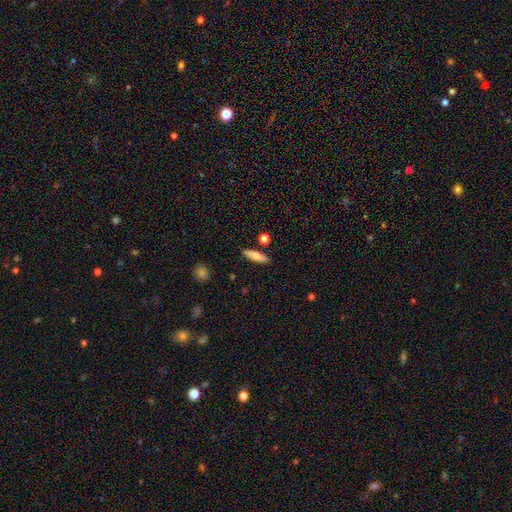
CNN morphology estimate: Q: Smooth or featured?
A: smooth (78%); runner-up: featured or disk (16%)
Q: How rounded?
A: cigar-shaped (68%); runner-up: in between (29%)
Q: Merging?
A: none (86%); runner-up: minor disturbance (9%)